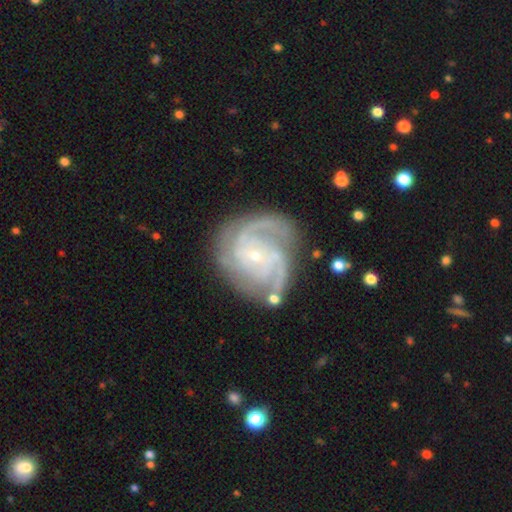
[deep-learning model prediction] Morphology: type=featured or disk (89%); edge-on=no (98%); bar=no (63%); spiral arms=yes (97%); winding=tight (54%); arm count=3 (40%); bulge=small (85%); merging=none (68%).